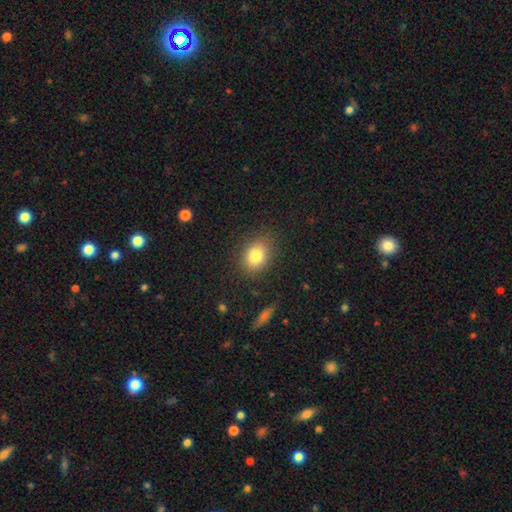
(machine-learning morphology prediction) This is clearly a smooth galaxy (81%). How rounded: possibly in between (58%). Merging: clearly none (83%).